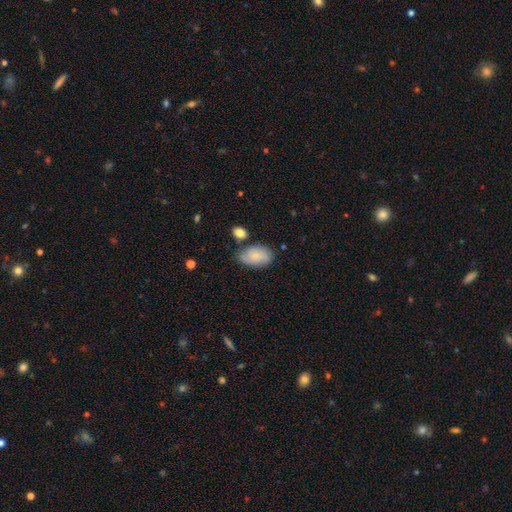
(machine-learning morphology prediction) The model was most divided on "merging": none: 60%, minor disturbance: 25%, merger: 9%, major disturbance: 6%. More confident: how rounded — in between (91%); smooth or featured — smooth (70%).